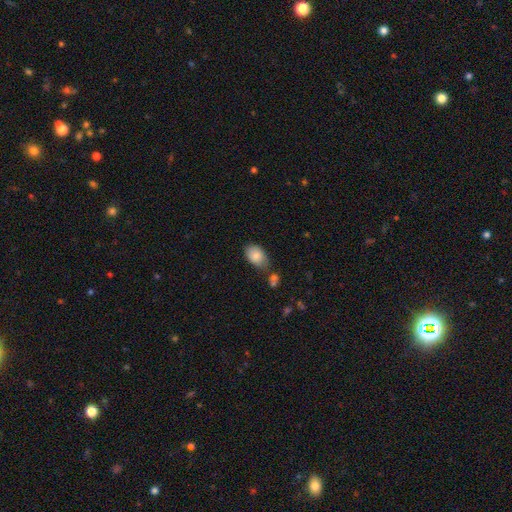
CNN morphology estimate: A smooth galaxy with no disk features (84%) that is in between round and cigar-shaped (86%). Merging: none (55%).